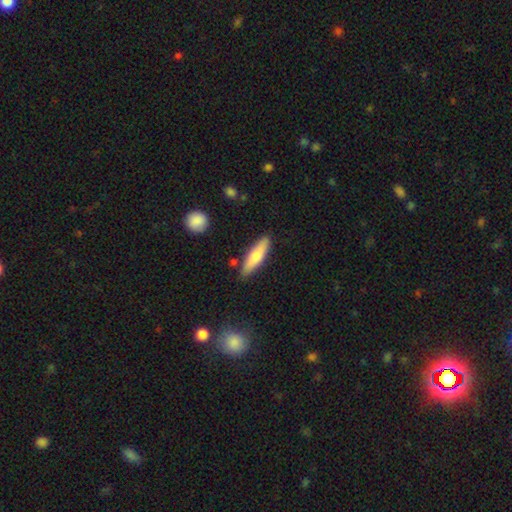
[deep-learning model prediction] This is likely a smooth galaxy (70%). How rounded: likely cigar-shaped (67%). Merging: clearly none (83%).